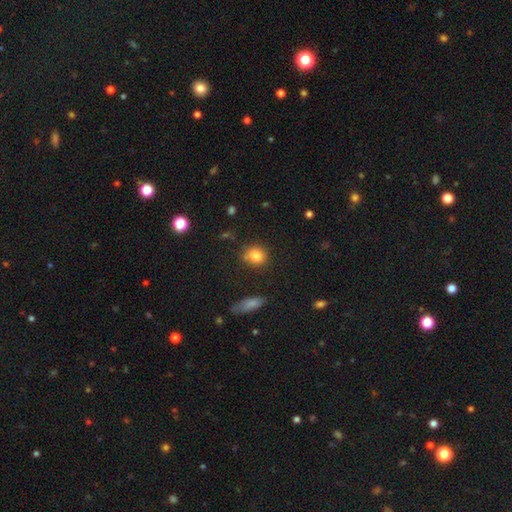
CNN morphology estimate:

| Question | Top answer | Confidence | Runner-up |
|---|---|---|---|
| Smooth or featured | smooth | 82% | star or artifact (10%) |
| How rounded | round | 73% | in between (25%) |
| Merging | none | 76% | minor disturbance (15%) |